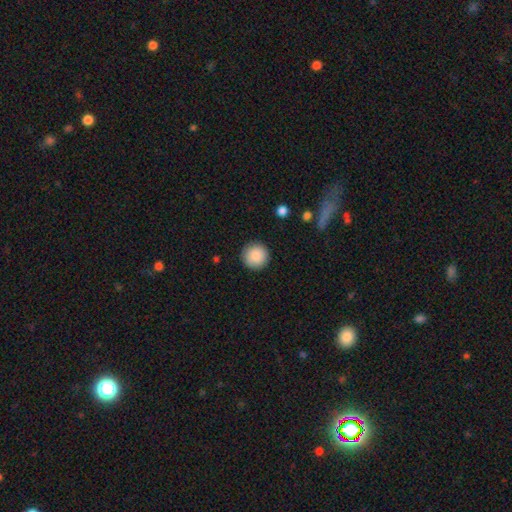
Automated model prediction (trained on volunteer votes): Smooth or featured? Predicted: smooth (p=0.89). How rounded? Predicted: round (p=0.96). Merging? Predicted: none (p=0.91).